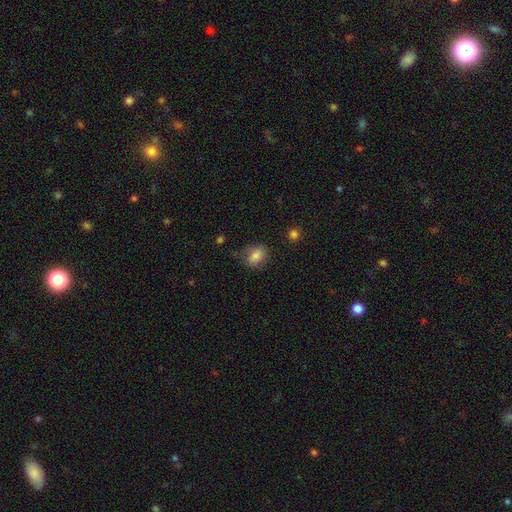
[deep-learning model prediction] A smooth galaxy with no disk features (81%) that is in between round and cigar-shaped (67%).

Vote fractions:
- Smooth or featured? smooth: 81% / featured or disk: 10% / star or artifact: 9%
- How rounded? in between: 67% / round: 32% / cigar-shaped: 1%
- Merging? none: 66% / minor disturbance: 24% / major disturbance: 8% / merger: 2%